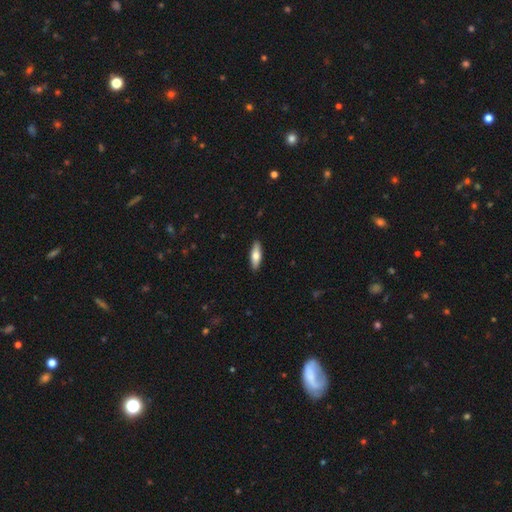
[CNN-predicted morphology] smooth 68%, featured or disk 26%, star or artifact 5%. Down the decision tree: how rounded — in between (50%); merging — none (90%).